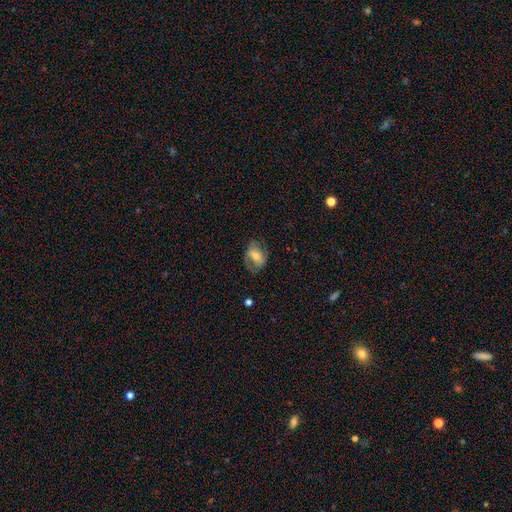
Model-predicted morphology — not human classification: A featured or disk galaxy (51%). Merging: none (64%).